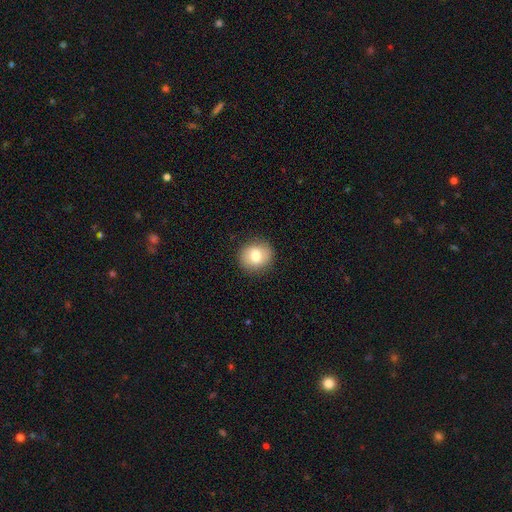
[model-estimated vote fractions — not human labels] Overall: smooth (75%). How rounded: round (82%). Merging: none (88%).